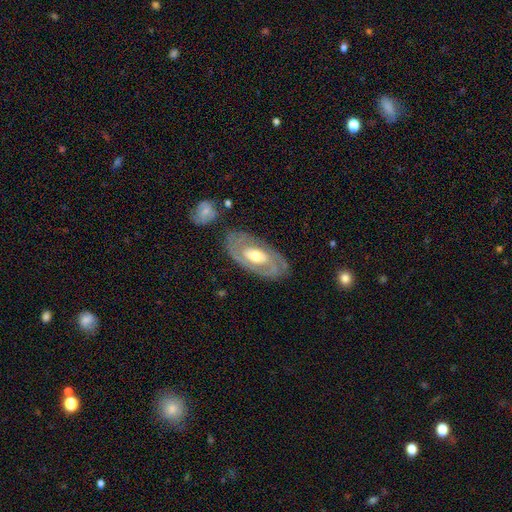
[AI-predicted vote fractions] smooth-or-featured: featured or disk: 76% | smooth: 19% | star or artifact: 5%
  disk-edge-on: no: 91% | yes: 9%
    bar: no: 61% | weak: 29% | strong: 10%
    has-spiral-arms: yes: 74% | no: 26%
      spiral-winding: tight: 60% | medium: 30% | loose: 10%
      spiral-arm-count: 2: 53% | can't tell: 31% | 3: 6% | 1: 5% | 4: 2% | more than 4: 2%
    bulge-size: moderate: 68% | large: 15% | small: 14% | dominant: 1% | none: 1%
  merging: none: 79% | minor disturbance: 14% | major disturbance: 5% | merger: 2%